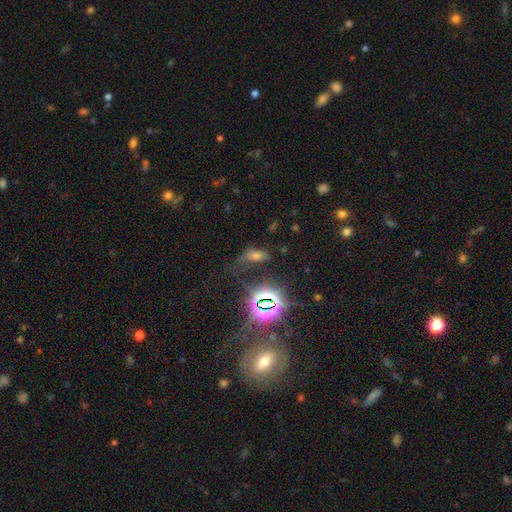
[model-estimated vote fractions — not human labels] A smooth galaxy with no disk features (44%). Merging: none (55%).